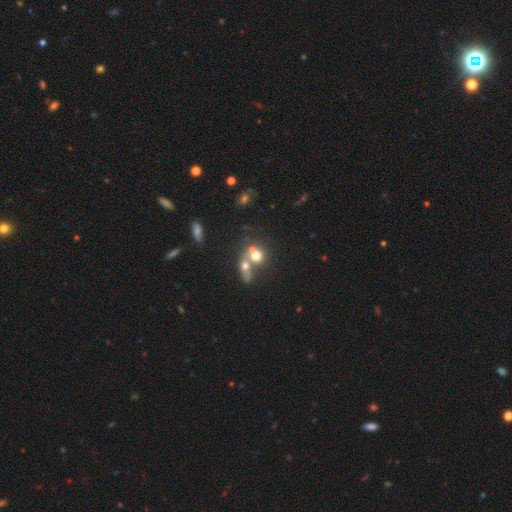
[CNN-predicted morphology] A smooth galaxy with no disk features (62%) that is round (69%). Merging: merger (60%).